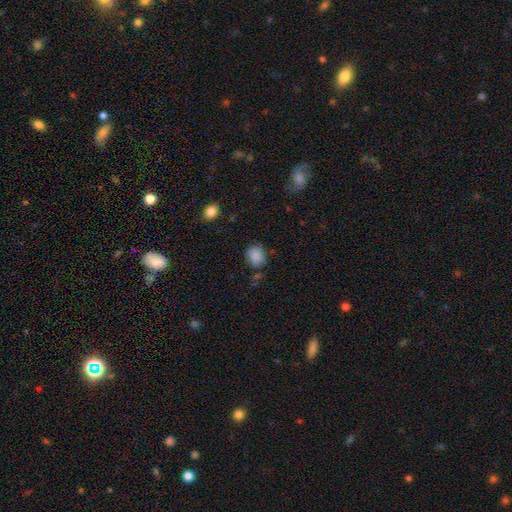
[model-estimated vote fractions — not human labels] This is clearly a smooth galaxy (85%). How rounded: likely round (67%). Merging: likely none (69%).